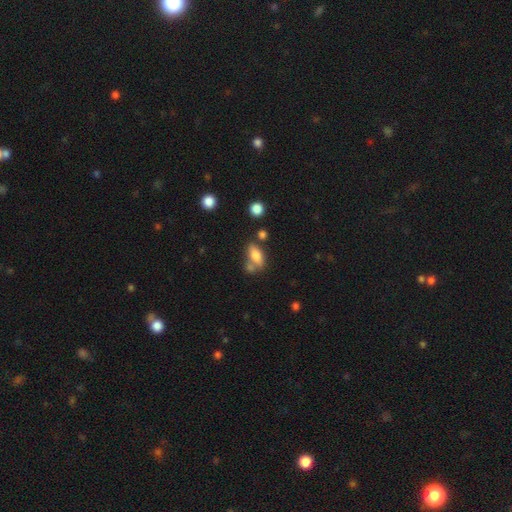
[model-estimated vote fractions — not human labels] A smooth galaxy with no disk features (75%) that is in between round and cigar-shaped (84%).

Vote fractions:
- Smooth or featured? smooth: 75% / featured or disk: 16% / star or artifact: 9%
- How rounded? in between: 84% / cigar-shaped: 10% / round: 6%
- Merging? none: 47% / merger: 27% / minor disturbance: 18% / major disturbance: 8%